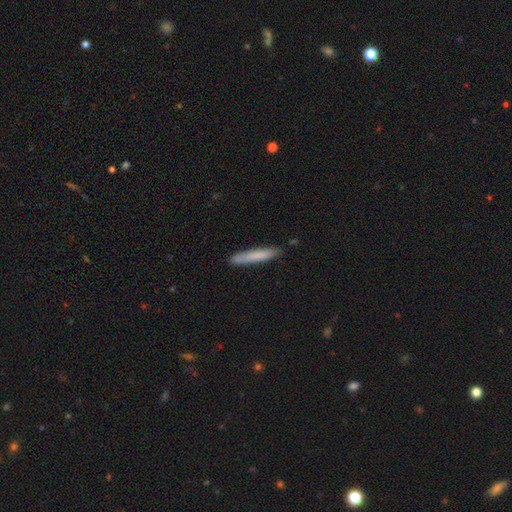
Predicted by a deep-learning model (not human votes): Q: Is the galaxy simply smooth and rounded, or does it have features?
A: smooth — 78%.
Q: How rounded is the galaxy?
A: cigar-shaped — 94%.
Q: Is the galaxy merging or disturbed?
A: none — 86%.